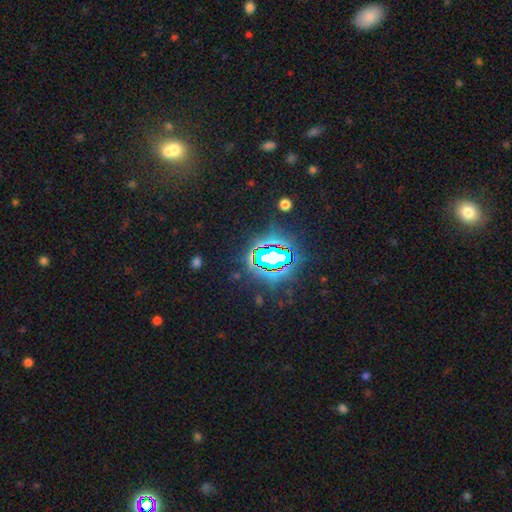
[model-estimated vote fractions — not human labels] Q: Smooth or featured?
A: star or artifact (77%); runner-up: smooth (12%)